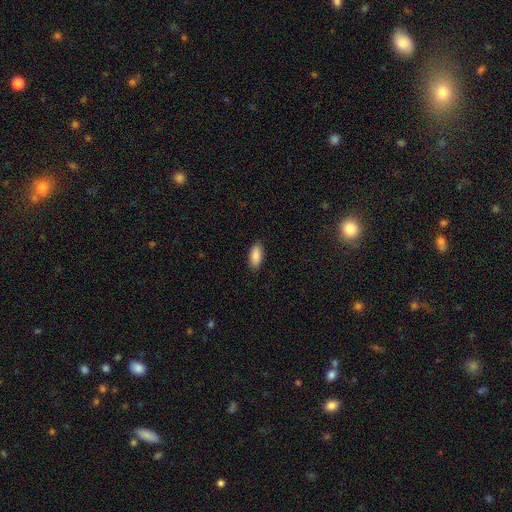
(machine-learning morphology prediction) Smooth or featured? Predicted: smooth (p=0.89). How rounded? Predicted: in between (p=0.89). Merging? Predicted: none (p=0.88).